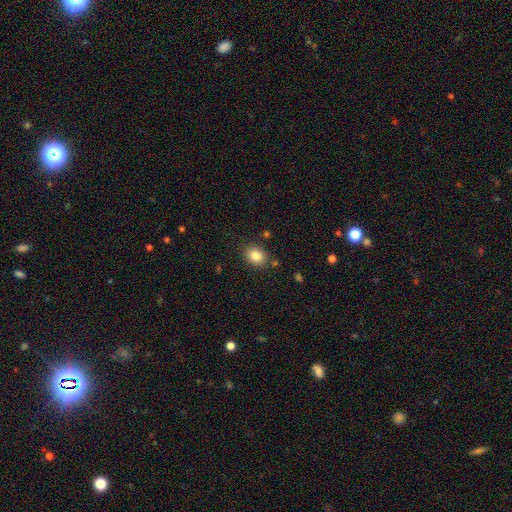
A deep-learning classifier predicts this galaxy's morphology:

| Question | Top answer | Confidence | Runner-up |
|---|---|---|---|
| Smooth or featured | smooth | 84% | star or artifact (9%) |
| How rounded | in between | 61% | round (38%) |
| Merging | none | 84% | minor disturbance (10%) |